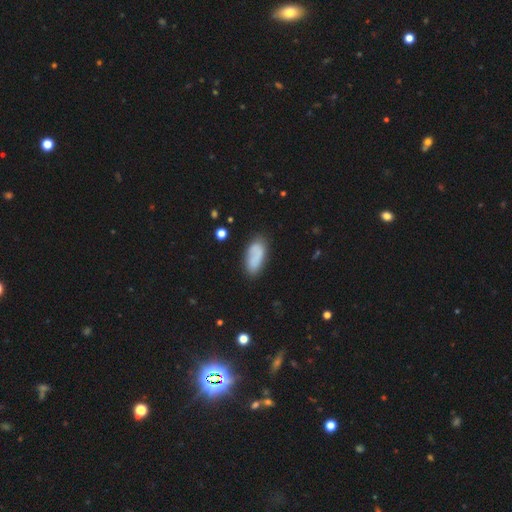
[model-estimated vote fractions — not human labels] Overall: smooth (77%). How rounded: in between (87%). Merging: none (72%).